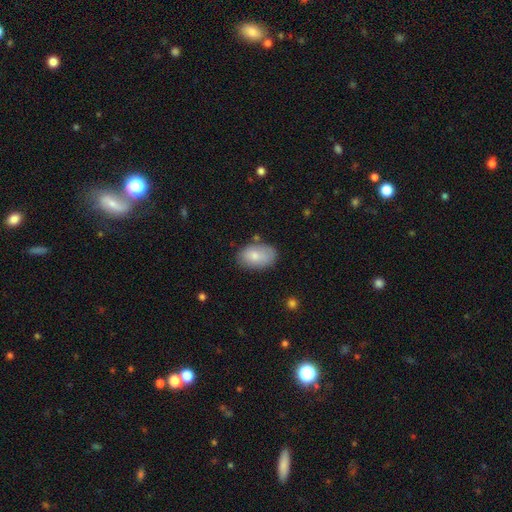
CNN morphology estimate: Smooth or featured? Predicted: smooth (p=0.79). How rounded? Predicted: in between (p=0.91). Merging? Predicted: none (p=0.72).